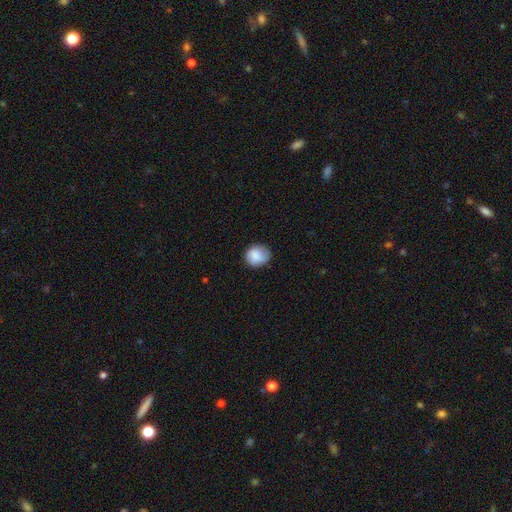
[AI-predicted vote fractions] Morphology: type=smooth (84%); roundness=round (74%); merging=none (75%).